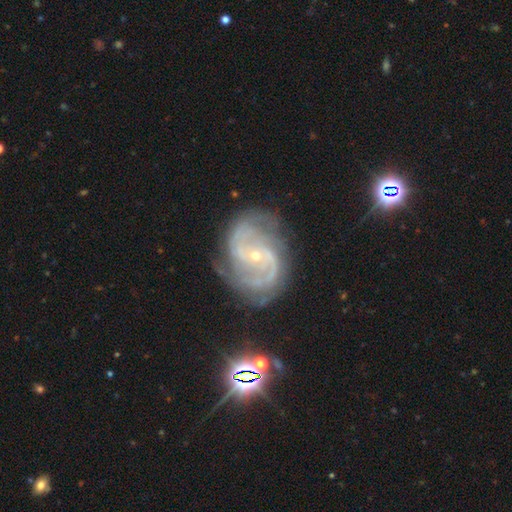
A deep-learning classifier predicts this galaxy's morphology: Smooth or featured?
  - featured or disk: 89% *
  - star or artifact: 7%
  - smooth: 4%
Edge-on disk?
  - no: 98% *
  - yes: 2%
Bar?
  - no: 54% *
  - weak: 34%
  - strong: 12%
Spiral arms?
  - yes: 98% *
  - no: 2%
Spiral winding?
  - medium: 54% *
  - tight: 30%
  - loose: 16%
Spiral arm count?
  - 2: 63% *
  - 3: 13%
  - can't tell: 11%
  - 4: 5%
  - more than 4: 4%
  - 1: 4%
Bulge size?
  - small: 83% *
  - moderate: 14%
  - none: 1%
  - large: 1%
  - dominant: 1%
Merging?
  - none: 70% *
  - minor disturbance: 19%
  - major disturbance: 9%
  - merger: 2%